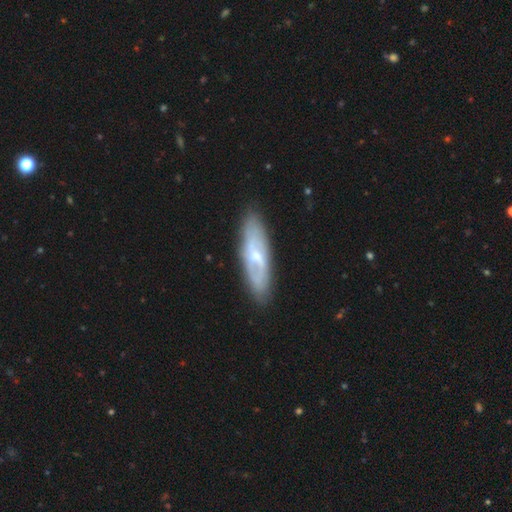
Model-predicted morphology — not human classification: Smooth or featured? featured or disk (59%)
Edge-on disk? no (71%)
Merging? none (79%)